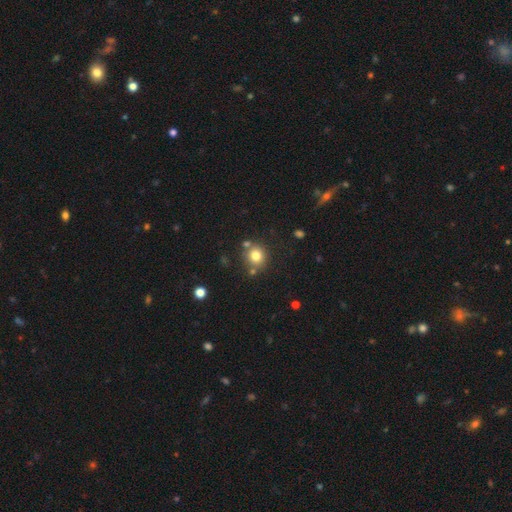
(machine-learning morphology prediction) Overall: smooth (79%). How rounded: round (87%). Merging: none (73%).